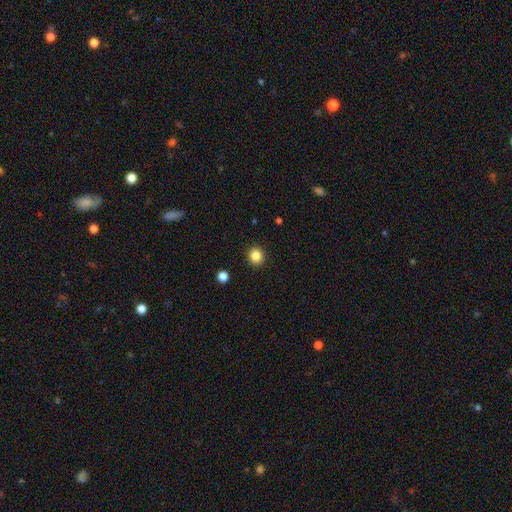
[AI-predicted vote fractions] This appears to be a smooth galaxy with no disk features (85%) that is round (86%). Merging: none (92%).